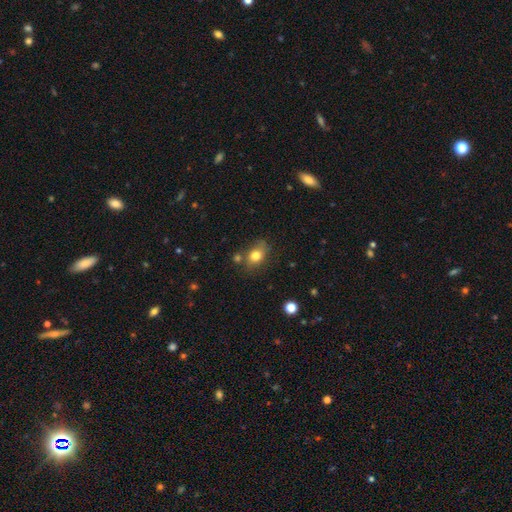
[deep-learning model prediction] This appears to be a smooth galaxy with no disk features (79%) that is in between round and cigar-shaped (60%). Merging: none (64%).